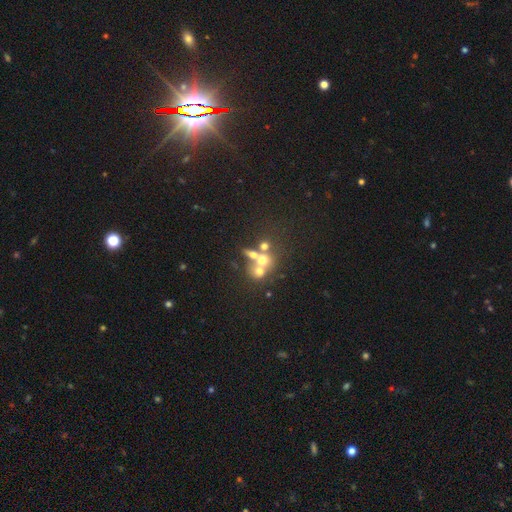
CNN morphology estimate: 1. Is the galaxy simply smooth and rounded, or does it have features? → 40% smooth, 30% featured or disk, 30% star or artifact.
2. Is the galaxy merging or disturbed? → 50% merger, 36% none, 8% minor disturbance, 6% major disturbance.